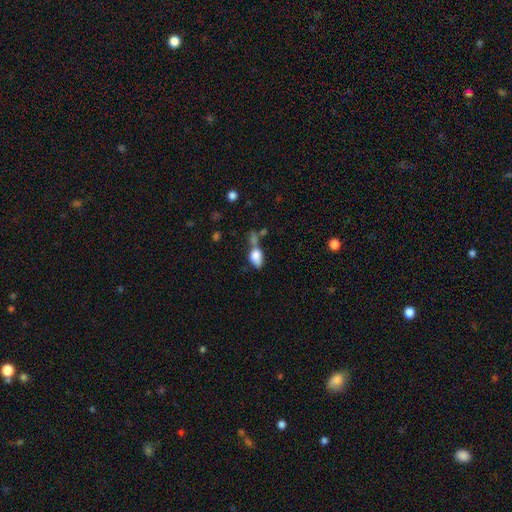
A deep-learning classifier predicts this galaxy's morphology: Overall: smooth (76%). How rounded: in between (80%). Merging: merger (39%; none 28%).